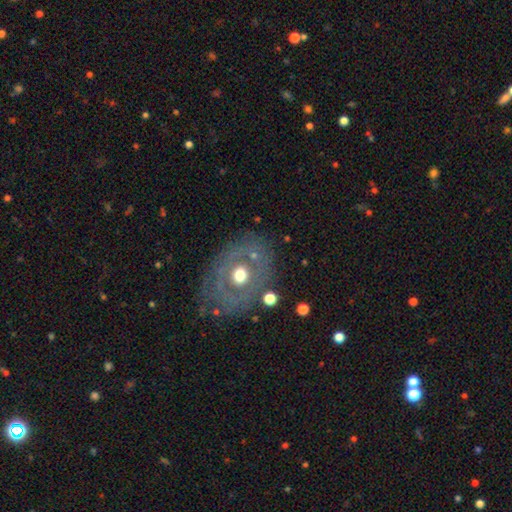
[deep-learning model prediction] A featured or disk galaxy (66%) with no bar (83%), no spiral arms (60%) and a moderate central bulge (75%).

Vote fractions:
- Smooth or featured? featured or disk: 66% / smooth: 23% / star or artifact: 11%
- Edge-on disk? no: 94% / yes: 6%
- Bar? no: 83% / weak: 13% / strong: 5%
- Spiral arms? no: 60% / yes: 40%
- Bulge size? moderate: 75% / small: 16% / large: 6% / dominant: 1% / none: 1%
- Merging? none: 76% / minor disturbance: 14% / major disturbance: 7% / merger: 3%